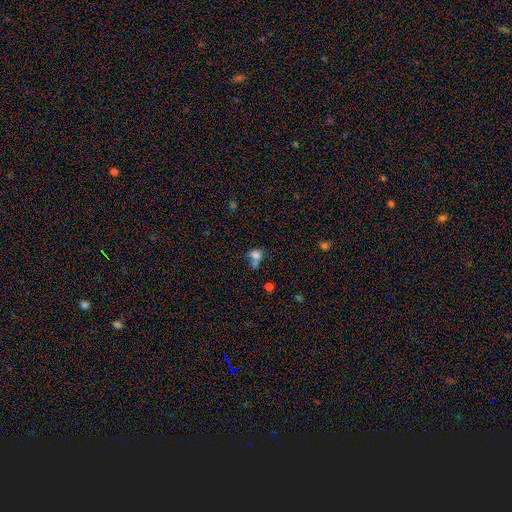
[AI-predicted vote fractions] Overall: smooth (74%). How rounded: in between (51%; round 47%). Merging: merger (46%; none 34%).